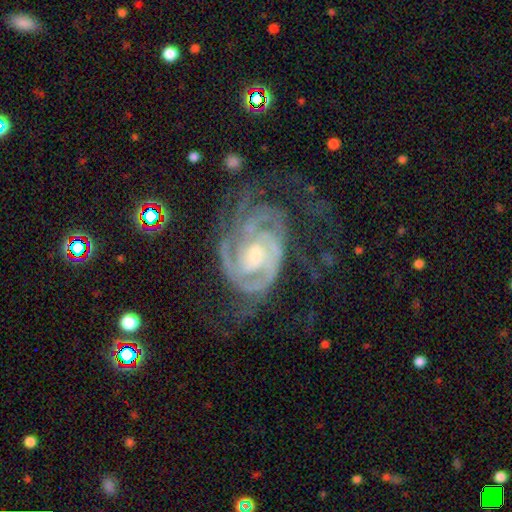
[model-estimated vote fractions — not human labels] Q: Smooth or featured?
A: featured or disk (89%); runner-up: star or artifact (5%)
Q: Edge-on disk?
A: no (97%); runner-up: yes (3%)
Q: Bar?
A: no (54%); runner-up: weak (36%)
Q: Spiral arms?
A: yes (97%); runner-up: no (3%)
Q: Spiral winding?
A: tight (63%); runner-up: medium (30%)
Q: Spiral arm count?
A: 2 (30%); runner-up: can't tell (24%)
Q: Bulge size?
A: moderate (51%); runner-up: small (34%)
Q: Merging?
A: none (48%); runner-up: major disturbance (29%)